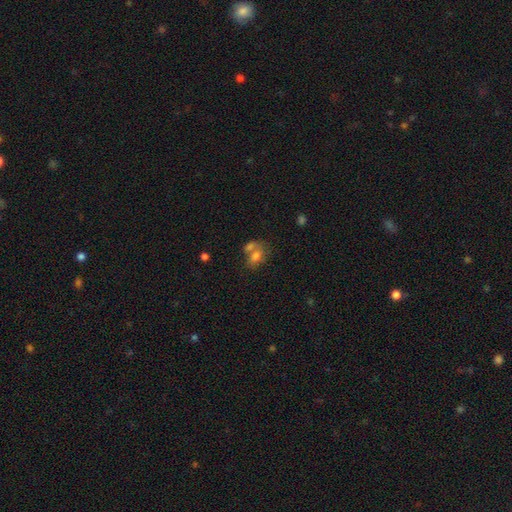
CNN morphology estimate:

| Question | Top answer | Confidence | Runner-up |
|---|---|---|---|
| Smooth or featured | smooth | 71% | featured or disk (18%) |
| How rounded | in between | 72% | round (26%) |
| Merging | merger | 49% | none (31%) |